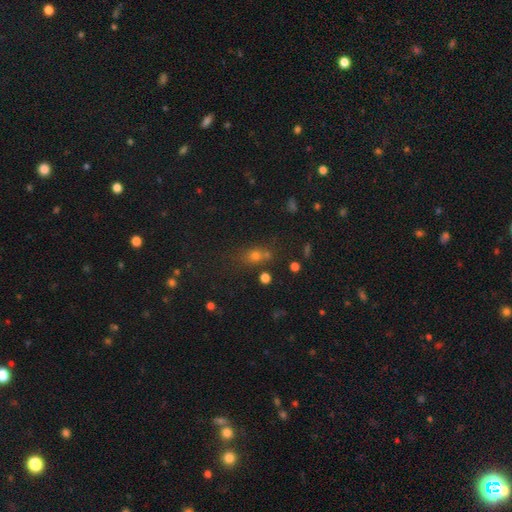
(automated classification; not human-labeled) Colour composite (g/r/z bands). It shows a smooth galaxy with no disk features (57%) that is round (50%). Merging: none (64%).